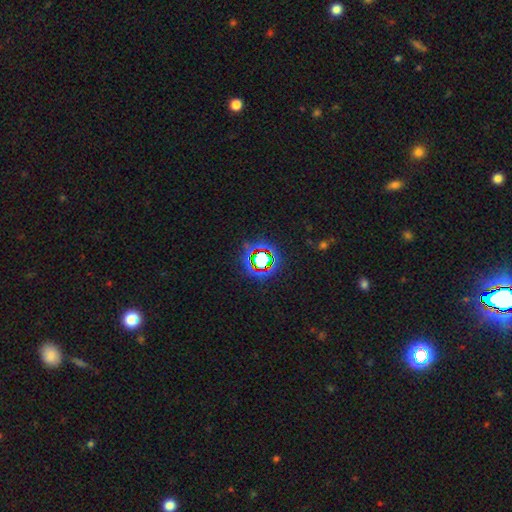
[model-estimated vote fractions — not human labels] Smooth or featured: star or artifact — 76% (smooth — 15%)